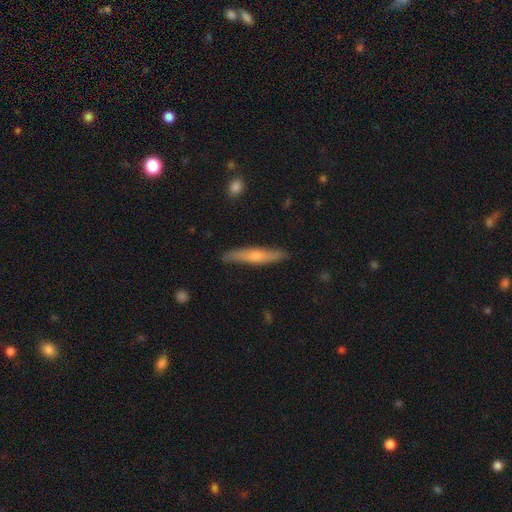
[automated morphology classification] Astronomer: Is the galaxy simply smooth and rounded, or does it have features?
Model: smooth — 52% (runner-up: featured or disk, 43%).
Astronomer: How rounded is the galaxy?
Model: cigar-shaped — 91%.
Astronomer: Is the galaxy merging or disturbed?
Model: none — 86%.